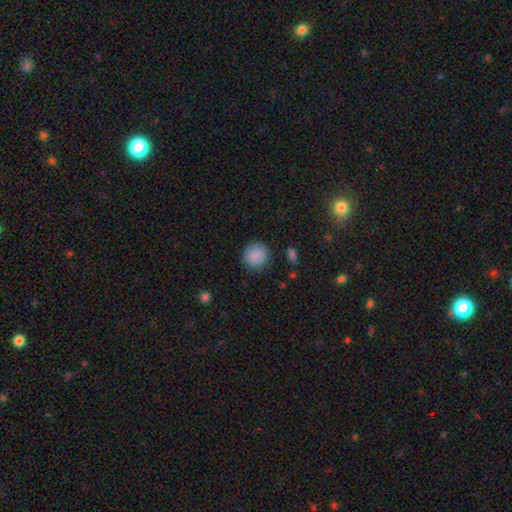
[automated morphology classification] Overall: smooth (88%). How rounded: round (91%). Merging: none (87%).